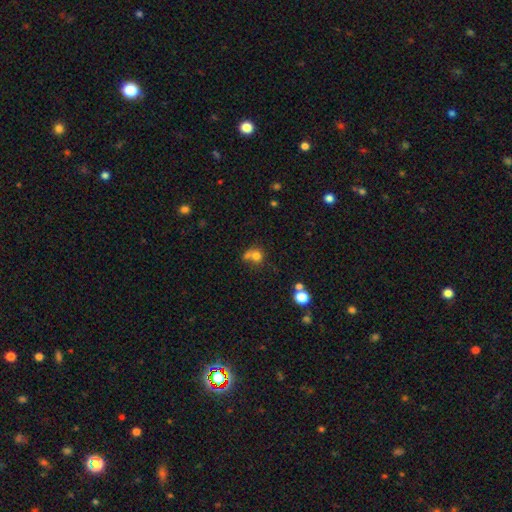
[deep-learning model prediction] The model was most divided on "merging": merger: 41%, none: 38%, minor disturbance: 12%, major disturbance: 9%. More confident: how rounded — round (78%); smooth or featured — smooth (74%).